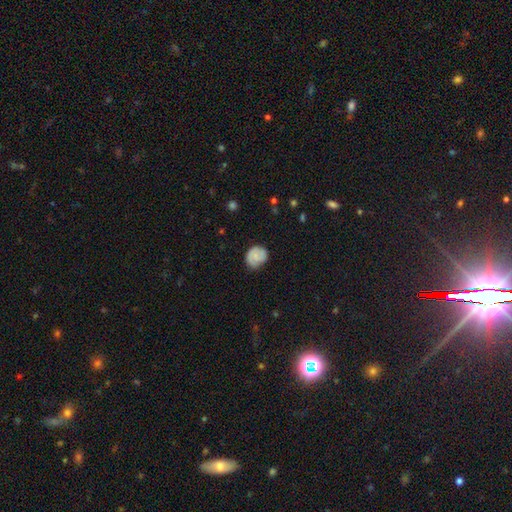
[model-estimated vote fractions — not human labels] Smooth or featured: smooth — 65% (featured or disk — 28%)
How rounded: round — 67% (in between — 32%)
Merging: none — 62% (minor disturbance — 30%)